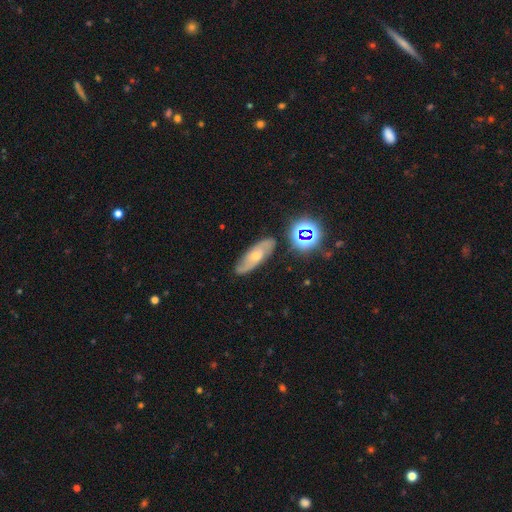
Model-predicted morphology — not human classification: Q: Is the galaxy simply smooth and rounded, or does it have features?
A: featured or disk — 60%.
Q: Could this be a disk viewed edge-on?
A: no — 84%.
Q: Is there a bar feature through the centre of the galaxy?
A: no — 63%.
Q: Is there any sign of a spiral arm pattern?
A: yes — 86%.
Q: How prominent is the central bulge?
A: moderate — 47%.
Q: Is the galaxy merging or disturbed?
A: none — 78%.